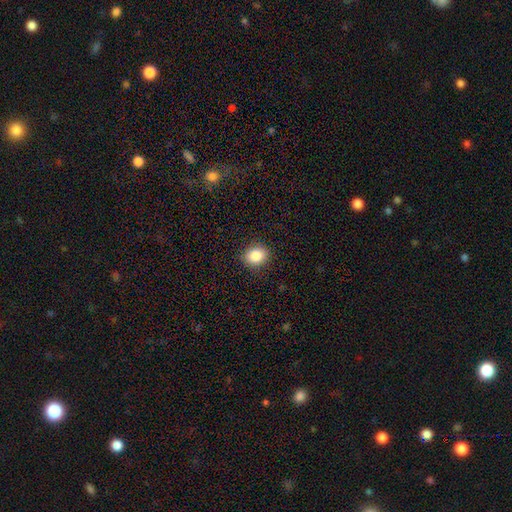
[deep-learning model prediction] Overall: smooth (86%). How rounded: round (54%; in between 45%). Merging: none (89%).